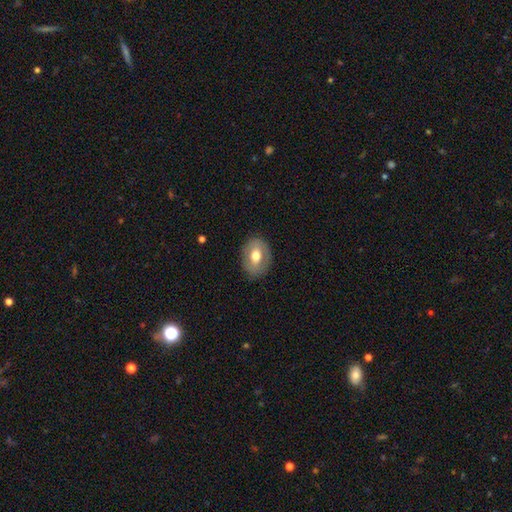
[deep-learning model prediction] Smooth or featured? Predicted: smooth (p=0.56). How rounded? Predicted: in between (p=0.66). Merging? Predicted: none (p=0.81).